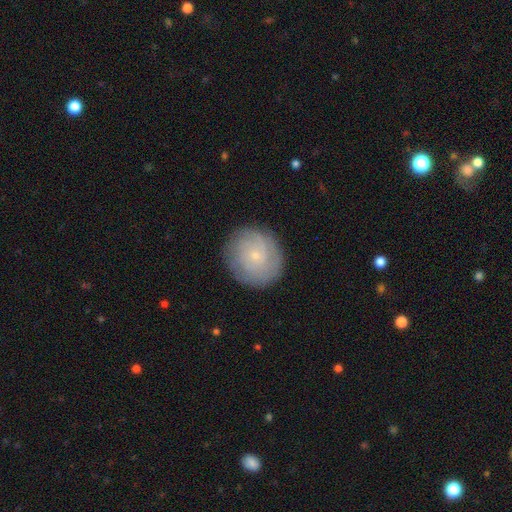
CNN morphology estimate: A featured or disk galaxy (51%). Merging: none (84%).